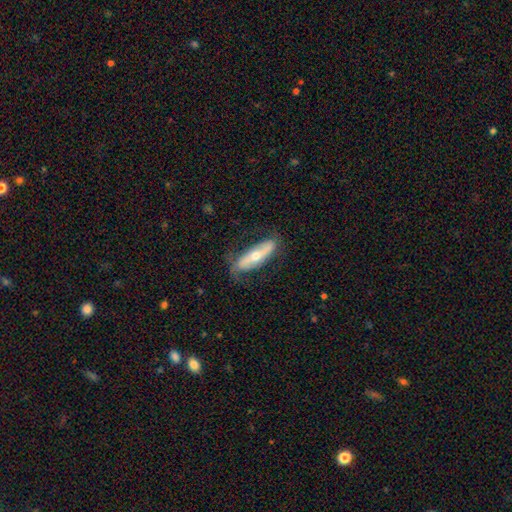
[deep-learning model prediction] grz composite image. It shows a featured or disk galaxy (60%). Merging: none (71%).